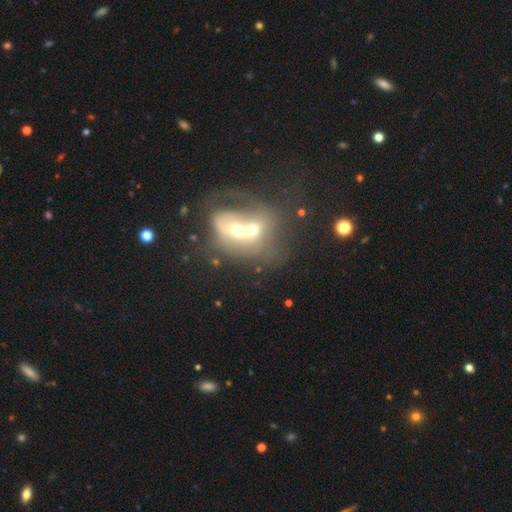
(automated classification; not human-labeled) A featured or disk galaxy (58%) with no bar (77%), no spiral arms (65%) and a moderate central bulge (58%). Merging: merger (76%).